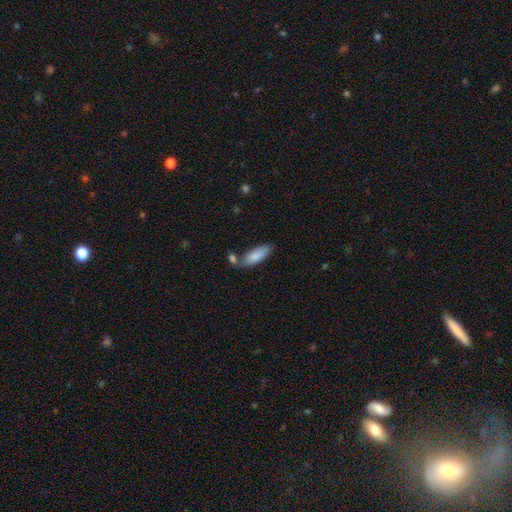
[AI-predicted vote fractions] Q: Smooth or featured?
A: smooth (84%); runner-up: featured or disk (10%)
Q: How rounded?
A: in between (65%); runner-up: cigar-shaped (34%)
Q: Merging?
A: none (61%); runner-up: merger (19%)